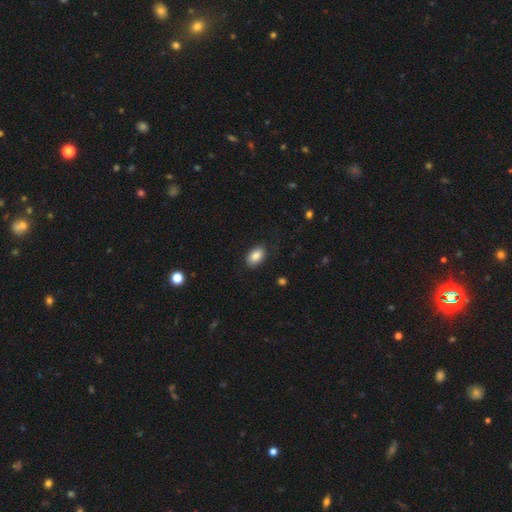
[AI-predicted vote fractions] This is clearly a smooth galaxy (86%). How rounded: clearly in between (89%). Merging: clearly none (85%).